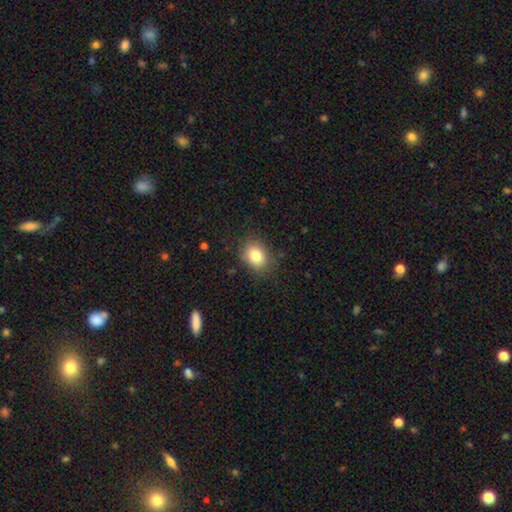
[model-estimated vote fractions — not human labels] The model was most divided on "how rounded": in between: 52%, round: 47%, cigar-shaped: 1%. More confident: smooth or featured — smooth (81%); merging — none (80%).